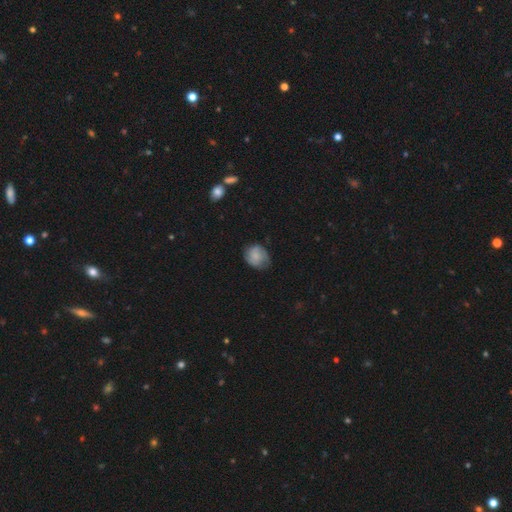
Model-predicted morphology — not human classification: Smooth or featured? smooth (60%)
How rounded? round (62%)
Merging? none (61%)